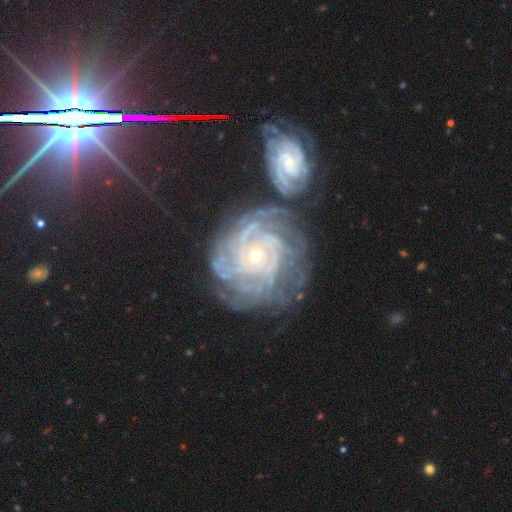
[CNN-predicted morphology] Smooth or featured?
  - featured or disk: 88% *
  - star or artifact: 7%
  - smooth: 6%
Edge-on disk?
  - no: 97% *
  - yes: 3%
Bar?
  - no: 76% *
  - weak: 17%
  - strong: 7%
Spiral arms?
  - yes: 96% *
  - no: 4%
Spiral winding?
  - tight: 79% *
  - medium: 17%
  - loose: 4%
Spiral arm count?
  - can't tell: 27% *
  - more than 4: 21%
  - 4: 19%
  - 3: 15%
  - 2: 10%
  - 1: 8%
Bulge size?
  - small: 77% *
  - moderate: 19%
  - large: 2%
  - none: 1%
  - dominant: 1%
Merging?
  - none: 50% *
  - merger: 23%
  - minor disturbance: 18%
  - major disturbance: 10%